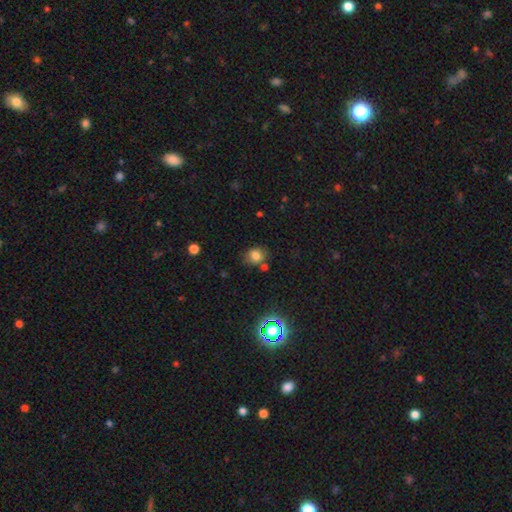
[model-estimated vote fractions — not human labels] A smooth galaxy with no disk features (77%) that is round (67%).

Vote fractions:
- Smooth or featured? smooth: 77% / star or artifact: 16% / featured or disk: 8%
- How rounded? round: 67% / in between: 32% / cigar-shaped: 1%
- Merging? none: 70% / minor disturbance: 16% / merger: 10% / major disturbance: 4%